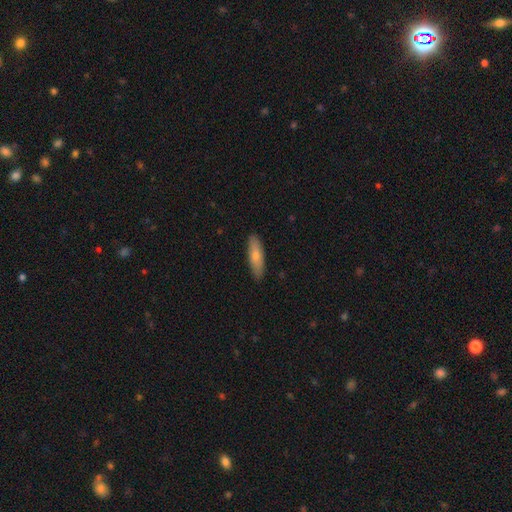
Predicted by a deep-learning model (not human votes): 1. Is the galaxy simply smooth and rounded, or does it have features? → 74% smooth, 21% featured or disk, 6% star or artifact.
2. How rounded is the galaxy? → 57% cigar-shaped, 42% in between, 2% round.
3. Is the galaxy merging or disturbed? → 87% none, 10% minor disturbance, 2% major disturbance, 1% merger.